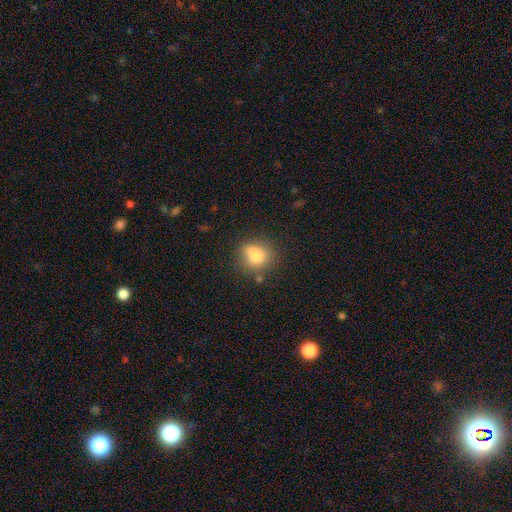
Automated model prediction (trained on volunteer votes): Morphology: type=smooth (75%); roundness=round (72%); merging=none (56%).